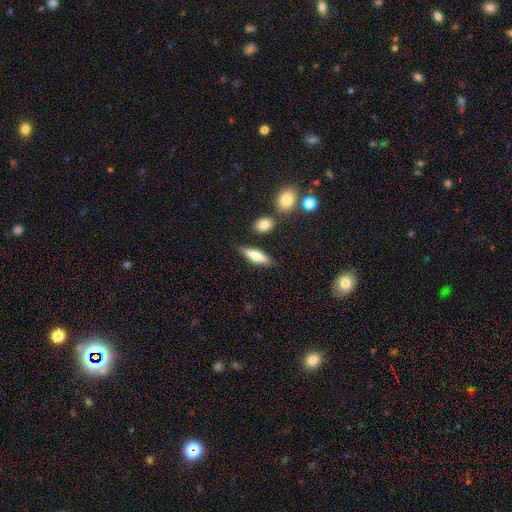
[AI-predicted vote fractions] Smooth or featured: smooth — 71% (featured or disk — 22%)
How rounded: cigar-shaped — 53% (in between — 44%)
Merging: none — 81% (minor disturbance — 11%)